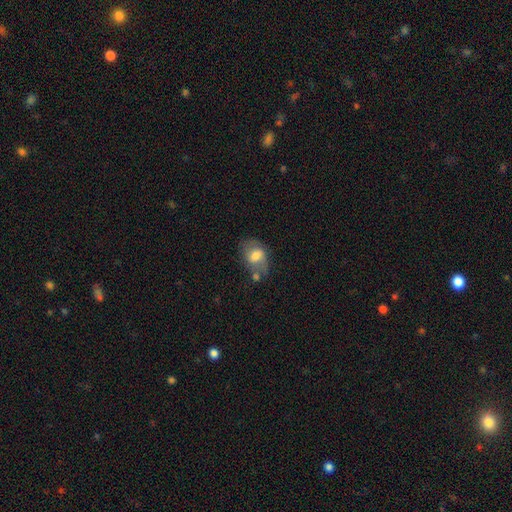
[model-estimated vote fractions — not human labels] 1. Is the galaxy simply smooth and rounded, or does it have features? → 62% smooth, 30% featured or disk, 8% star or artifact.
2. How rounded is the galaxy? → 71% in between, 28% round, 1% cigar-shaped.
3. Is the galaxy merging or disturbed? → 46% none, 26% minor disturbance, 15% merger, 13% major disturbance.